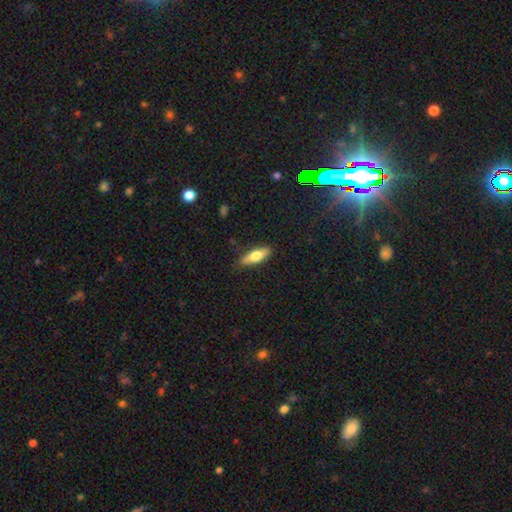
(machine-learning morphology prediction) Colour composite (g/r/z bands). It shows a smooth galaxy with no disk features (63%) that is in between round and cigar-shaped (53%). Merging: none (82%).